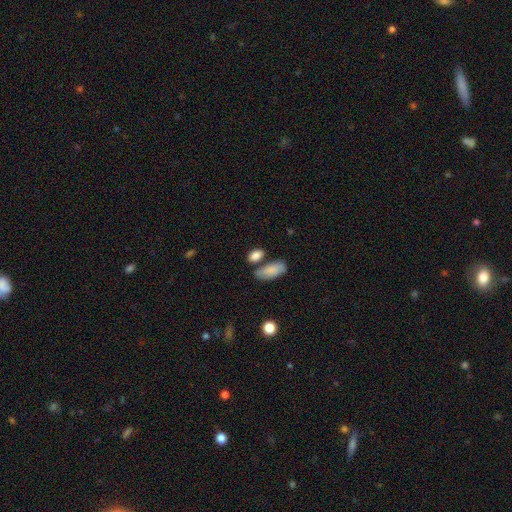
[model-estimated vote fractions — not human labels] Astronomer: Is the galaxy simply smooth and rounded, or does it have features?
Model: smooth — 85%.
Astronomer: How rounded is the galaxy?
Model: in between — 87%.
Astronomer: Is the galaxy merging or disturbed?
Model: none — 63%.